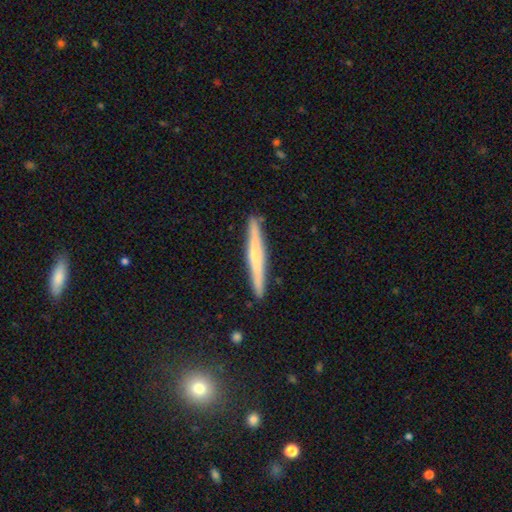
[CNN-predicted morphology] featured or disk 50%, smooth 44%, star or artifact 6%. Down the decision tree: edge-on disk — yes (96%); merging — none (90%).